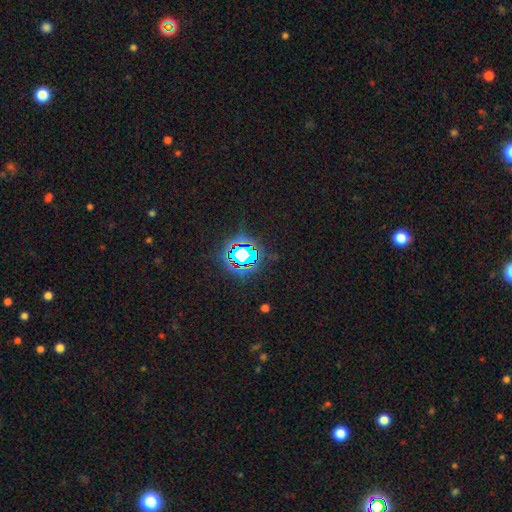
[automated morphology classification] This appears to be a star or artifact, not a galaxy (81%).